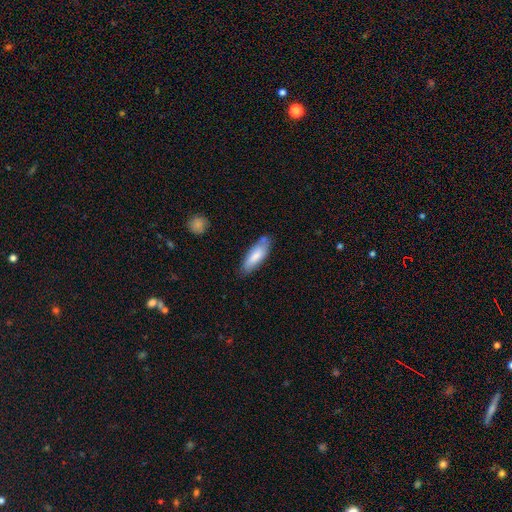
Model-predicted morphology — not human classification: type=smooth (77%); roundness=in between (59%); merging=none (70%).